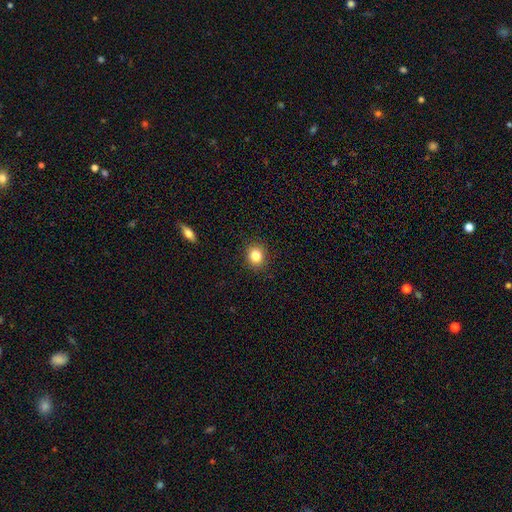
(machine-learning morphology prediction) A smooth galaxy with no disk features (84%) that is round (76%).

Vote fractions:
- Smooth or featured? smooth: 84% / star or artifact: 10% / featured or disk: 6%
- How rounded? round: 76% / in between: 23% / cigar-shaped: 1%
- Merging? none: 89% / minor disturbance: 8% / major disturbance: 2% / merger: 1%